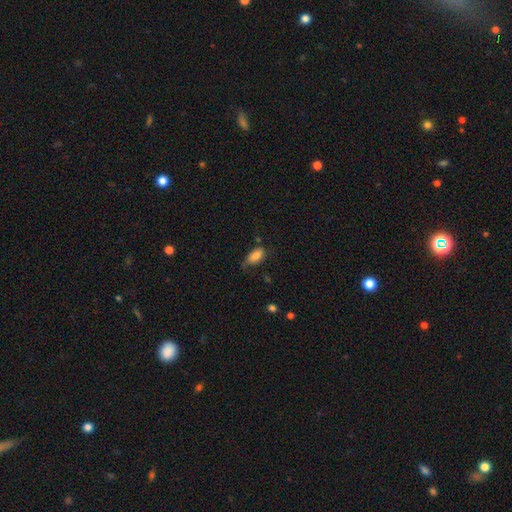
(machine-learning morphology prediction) Overall: smooth (83%). How rounded: in between (90%). Merging: none (56%; minor disturbance 33%).